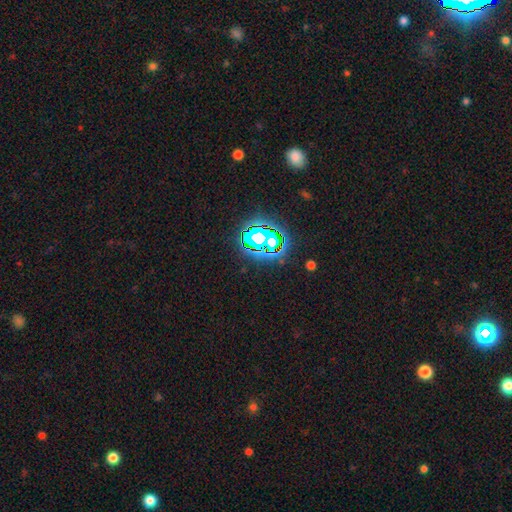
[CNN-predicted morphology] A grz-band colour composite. It shows a star or artifact, not a galaxy (80%).